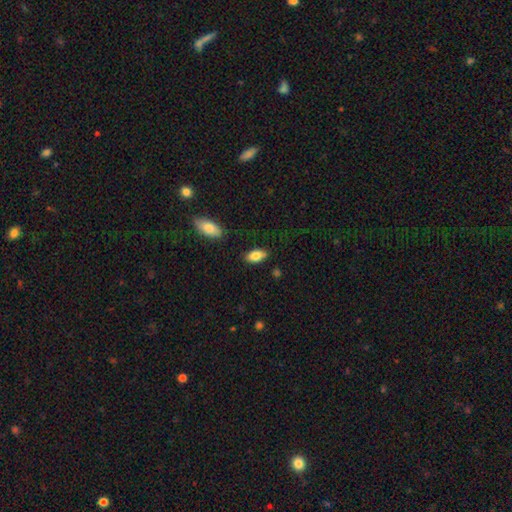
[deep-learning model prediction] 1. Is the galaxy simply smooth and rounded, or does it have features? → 83% smooth, 10% featured or disk, 7% star or artifact.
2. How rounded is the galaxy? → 92% in between, 5% cigar-shaped, 3% round.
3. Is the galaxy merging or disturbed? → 84% none, 12% minor disturbance, 2% major disturbance, 2% merger.